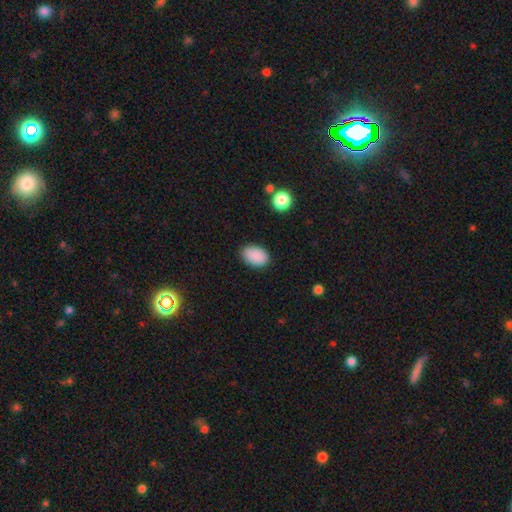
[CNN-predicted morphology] smooth-or-featured: smooth: 89% | star or artifact: 8% | featured or disk: 3%
  how-rounded: in between: 88% | round: 11% | cigar-shaped: 1%
  merging: none: 87% | minor disturbance: 10% | major disturbance: 2% | merger: 1%